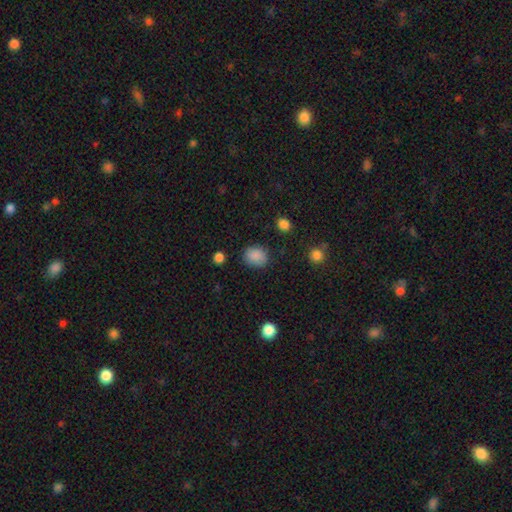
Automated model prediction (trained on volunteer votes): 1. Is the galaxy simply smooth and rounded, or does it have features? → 87% smooth, 9% star or artifact, 4% featured or disk.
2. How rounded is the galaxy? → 64% round, 36% in between, 1% cigar-shaped.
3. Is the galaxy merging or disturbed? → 83% none, 12% minor disturbance, 3% major disturbance, 2% merger.